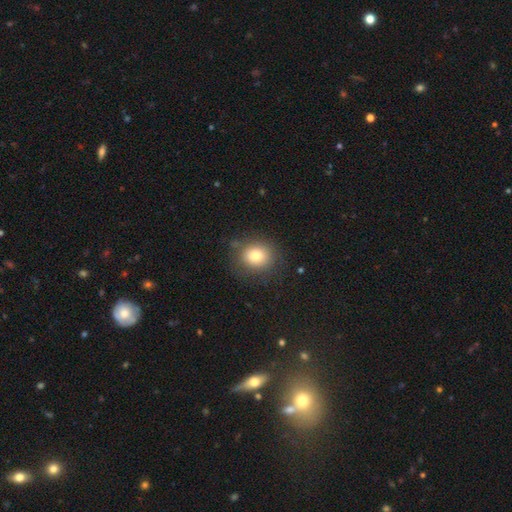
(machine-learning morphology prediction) smooth-or-featured: smooth: 80% | star or artifact: 10% | featured or disk: 9%
  how-rounded: round: 75% | in between: 24% | cigar-shaped: 1%
  merging: none: 80% | minor disturbance: 13% | major disturbance: 5% | merger: 2%